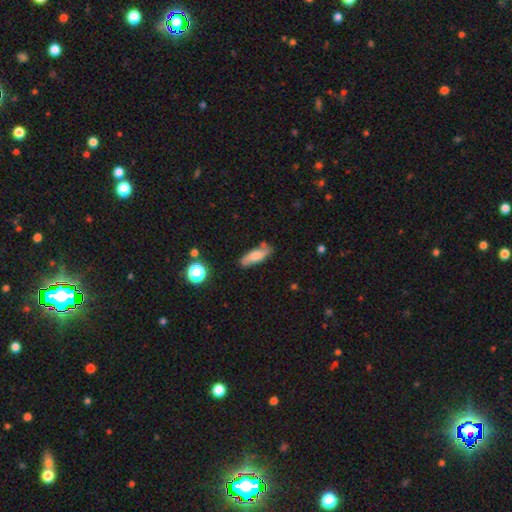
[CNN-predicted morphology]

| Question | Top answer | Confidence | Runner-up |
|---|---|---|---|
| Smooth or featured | smooth | 59% | featured or disk (32%) |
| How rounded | in between | 56% | cigar-shaped (40%) |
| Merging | none | 74% | minor disturbance (18%) |